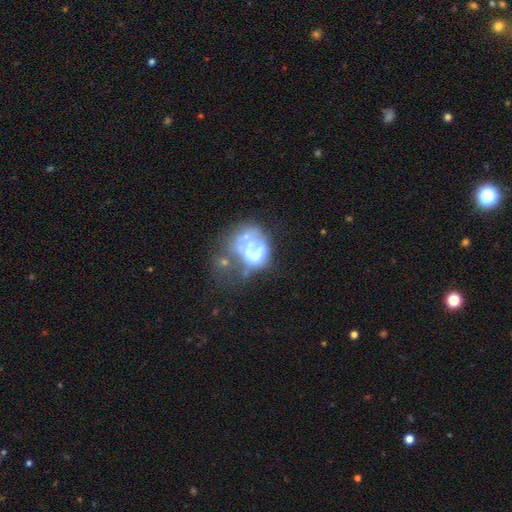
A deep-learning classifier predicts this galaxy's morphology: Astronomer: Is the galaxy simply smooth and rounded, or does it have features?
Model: featured or disk — 58%.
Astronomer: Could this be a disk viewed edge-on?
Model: no — 98%.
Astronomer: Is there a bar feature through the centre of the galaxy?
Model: no — 89%.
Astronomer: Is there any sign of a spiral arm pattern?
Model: no — 91%.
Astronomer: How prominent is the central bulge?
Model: none — 42% (runner-up: moderate, 28%).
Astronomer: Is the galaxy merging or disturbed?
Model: major disturbance — 35% (runner-up: merger, 31%).